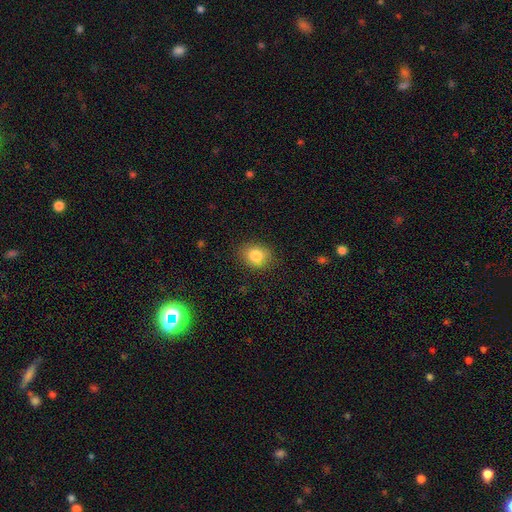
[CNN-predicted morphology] smooth-or-featured: smooth: 83% | star or artifact: 10% | featured or disk: 7%
  how-rounded: round: 57% | in between: 42% | cigar-shaped: 1%
  merging: none: 84% | minor disturbance: 12% | major disturbance: 3% | merger: 1%